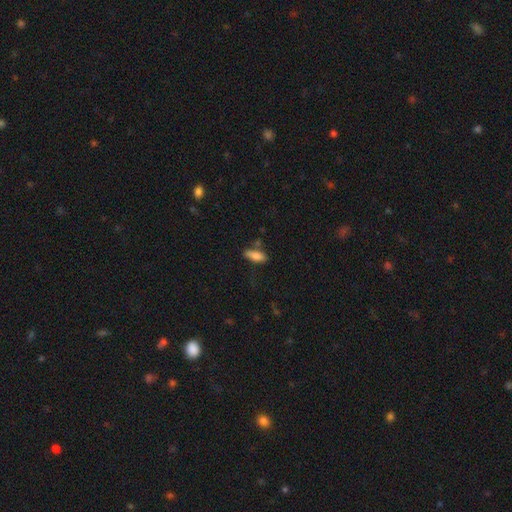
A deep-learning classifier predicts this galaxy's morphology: smooth 81%, featured or disk 12%, star or artifact 7%. Down the decision tree: how rounded — in between (66%); merging — none (68%).